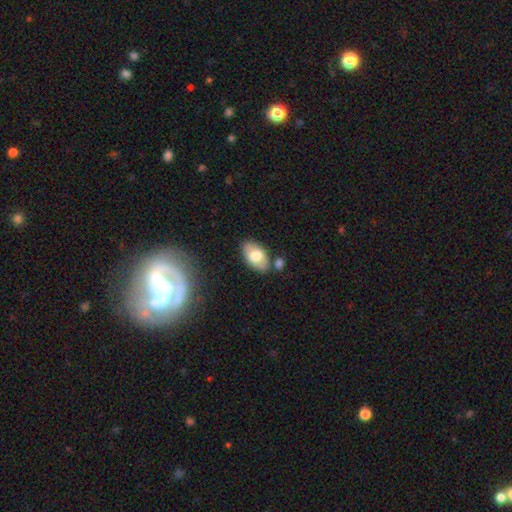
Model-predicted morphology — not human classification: type=smooth (71%); roundness=in between (93%); merging=none (76%).